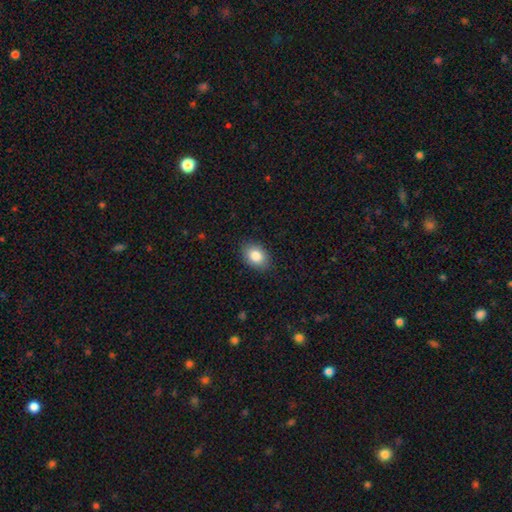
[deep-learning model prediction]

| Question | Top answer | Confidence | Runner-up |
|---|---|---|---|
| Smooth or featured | smooth | 85% | star or artifact (8%) |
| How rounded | in between | 79% | round (20%) |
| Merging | none | 87% | minor disturbance (10%) |